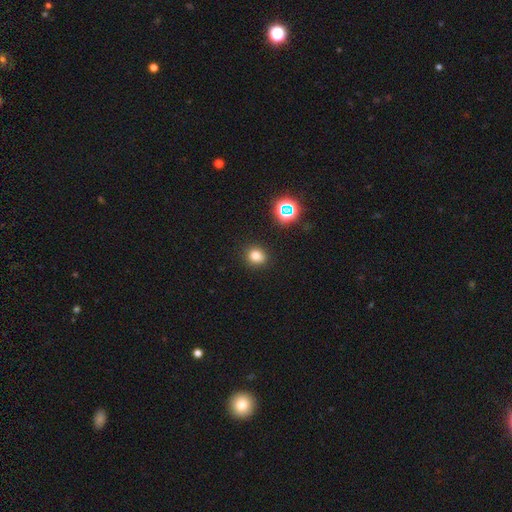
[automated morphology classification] This appears to be a smooth galaxy with no disk features (76%) that is round (77%). Merging: none (88%).